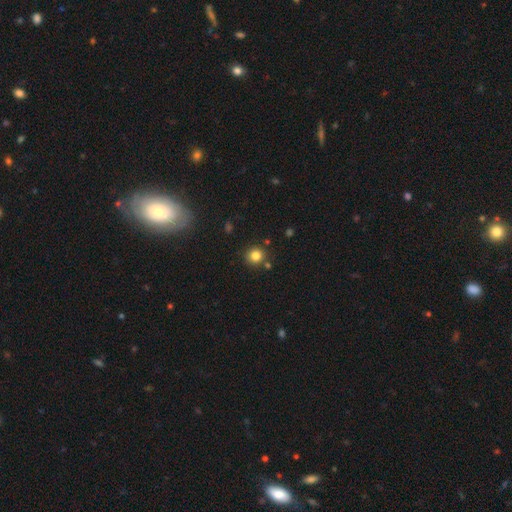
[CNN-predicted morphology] Smooth or featured? smooth (82%)
How rounded? round (90%)
Merging? none (83%)